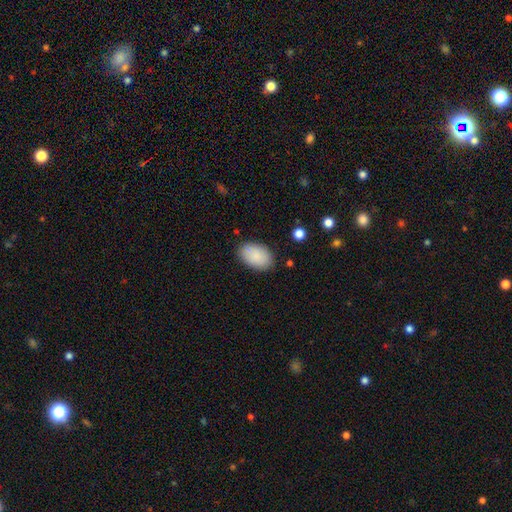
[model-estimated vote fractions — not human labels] smooth-or-featured: smooth: 88% | star or artifact: 6% | featured or disk: 5%
  how-rounded: in between: 92% | round: 7% | cigar-shaped: 1%
  merging: none: 84% | minor disturbance: 12% | major disturbance: 3% | merger: 2%